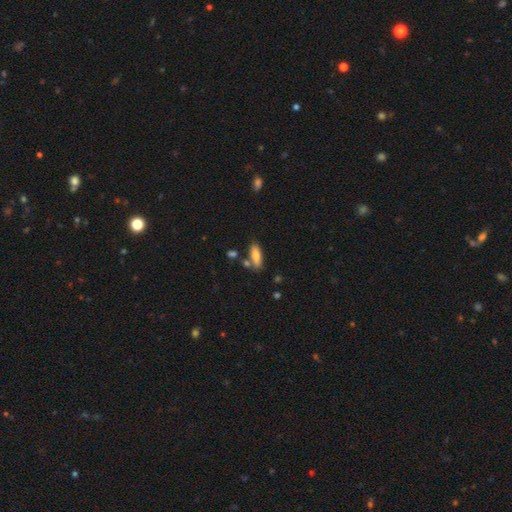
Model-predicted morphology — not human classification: smooth 79%, featured or disk 14%, star or artifact 7%. Down the decision tree: how rounded — in between (58%); merging — none (71%).